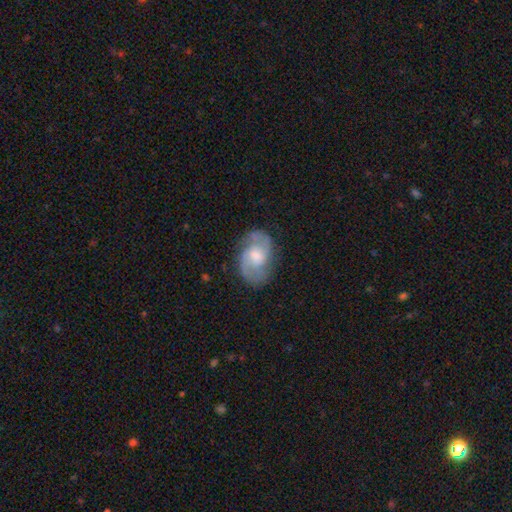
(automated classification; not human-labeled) featured or disk 79%, smooth 15%, star or artifact 6%. Down the decision tree: edge-on disk — no (97%); bar — weak (49%); spiral arms — yes (94%); spiral arm count — 2 (89%); spiral winding — medium (54%); bulge size — moderate (49%); merging — none (76%).